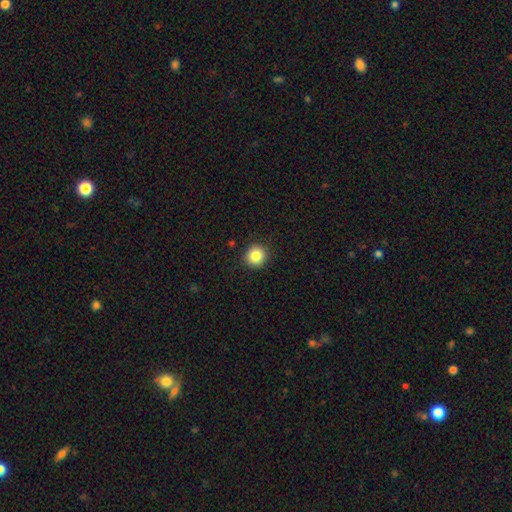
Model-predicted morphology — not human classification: Smooth or featured?
  - smooth: 84% *
  - star or artifact: 10%
  - featured or disk: 5%
How rounded?
  - round: 94% *
  - in between: 5%
  - cigar-shaped: 1%
Merging?
  - none: 91% *
  - minor disturbance: 6%
  - major disturbance: 2%
  - merger: 1%